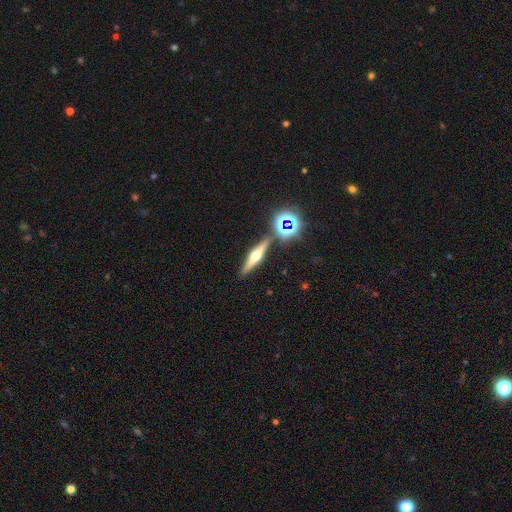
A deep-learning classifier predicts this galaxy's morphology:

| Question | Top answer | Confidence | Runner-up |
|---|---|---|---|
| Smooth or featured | featured or disk | 64% | smooth (23%) |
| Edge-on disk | yes | 95% | no (5%) |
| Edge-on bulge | rounded | 94% | boxy (4%) |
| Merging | none | 84% | minor disturbance (7%) |